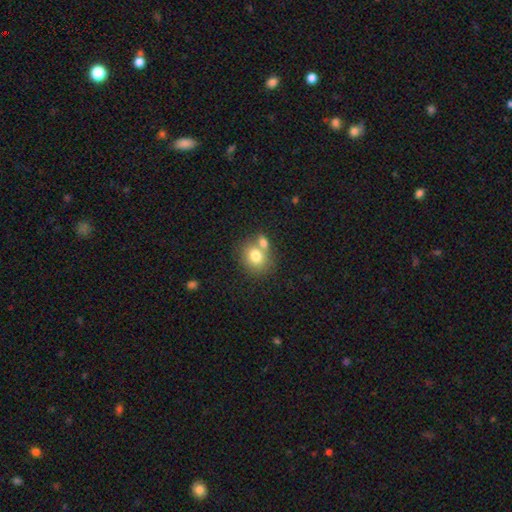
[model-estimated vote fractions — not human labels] smooth_or_featured: smooth (p=0.78) [alt: featured or disk p=0.13]
how_rounded: round (p=0.69) [alt: in between p=0.30]
merging: none (p=0.47) [alt: merger p=0.40]